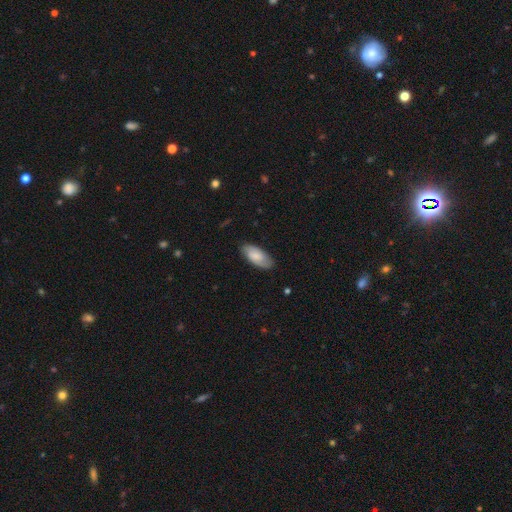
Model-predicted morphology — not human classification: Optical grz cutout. It shows a smooth galaxy with no disk features (69%) that is in between round and cigar-shaped (90%). Merging: none (82%).